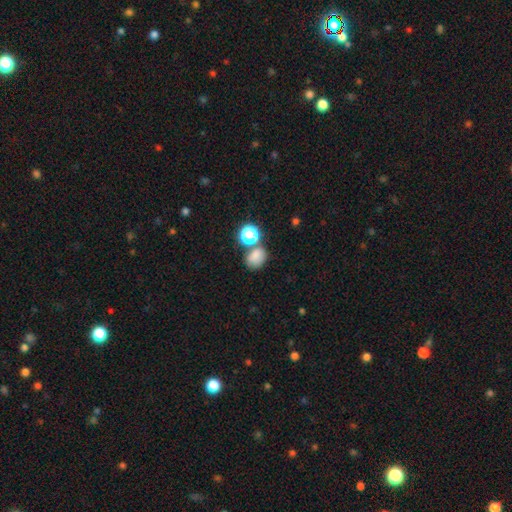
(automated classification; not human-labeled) Smooth or featured? smooth (75%)
How rounded? in between (52%)
Merging? none (51%)